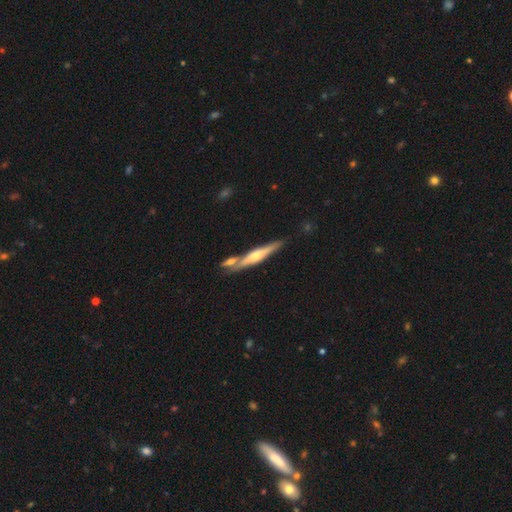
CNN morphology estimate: Smooth or featured? Predicted: featured or disk (p=0.69). Edge-on disk? Predicted: yes (p=0.96). Edge-on bulge? Predicted: rounded (p=0.85). Merging? Predicted: none (p=0.70).